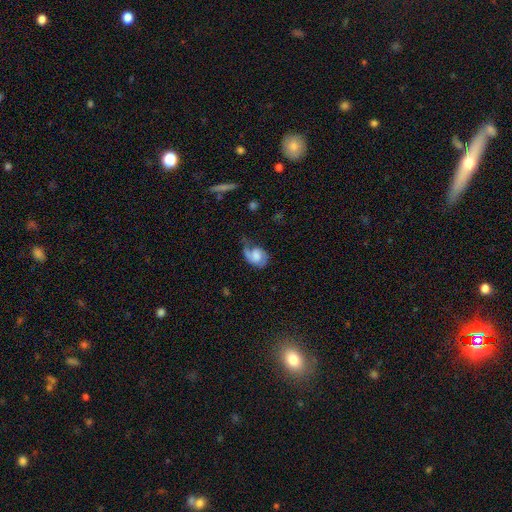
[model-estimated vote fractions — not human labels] Smooth or featured? featured or disk (56%)
Edge-on disk? no (97%)
Bar? no (59%)
Spiral arms? yes (87%)
Bulge size? large (32%)
Merging? none (37%)